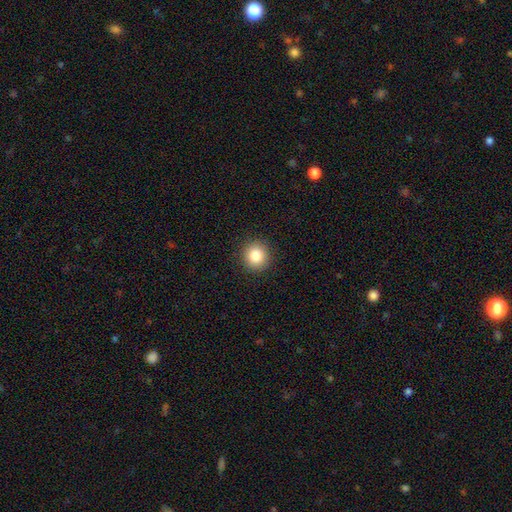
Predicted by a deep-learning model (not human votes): Q: Smooth or featured?
A: smooth (85%); runner-up: star or artifact (10%)
Q: How rounded?
A: round (92%); runner-up: in between (7%)
Q: Merging?
A: none (92%); runner-up: minor disturbance (5%)